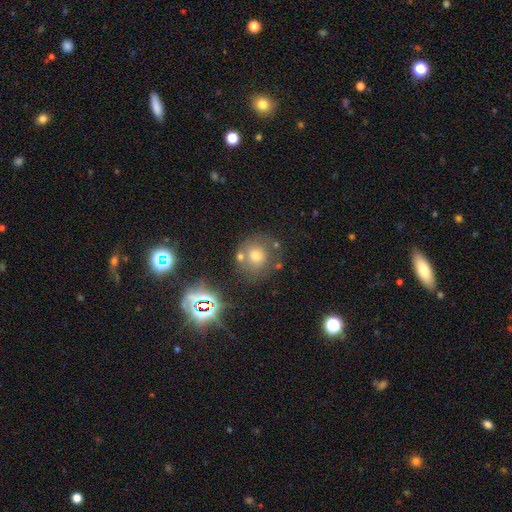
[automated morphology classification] type=smooth (61%); roundness=round (87%); merging=none (63%).